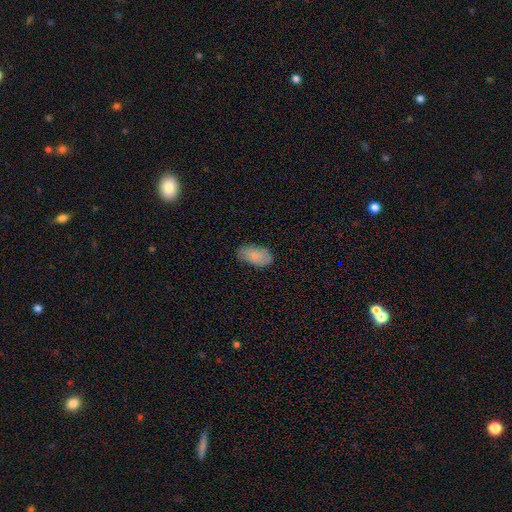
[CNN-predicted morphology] type=smooth (82%); roundness=in between (95%); merging=none (75%).